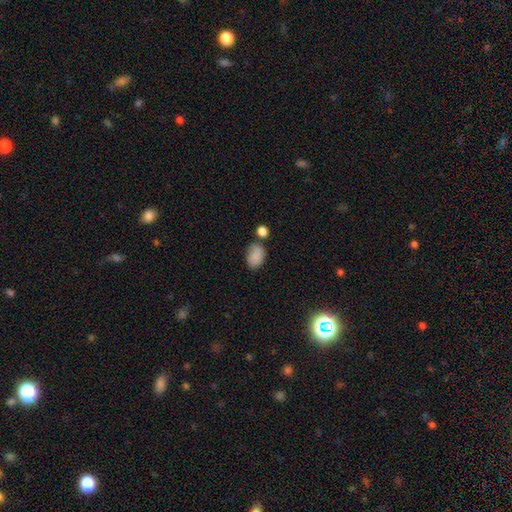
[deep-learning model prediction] Morphology: type=smooth (83%); roundness=in between (78%); merging=none (55%).